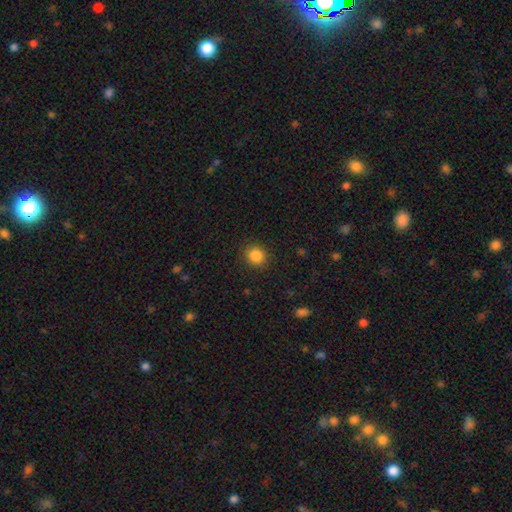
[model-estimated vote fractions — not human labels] This is clearly a smooth galaxy (86%). How rounded: clearly round (86%). Merging: clearly none (90%).